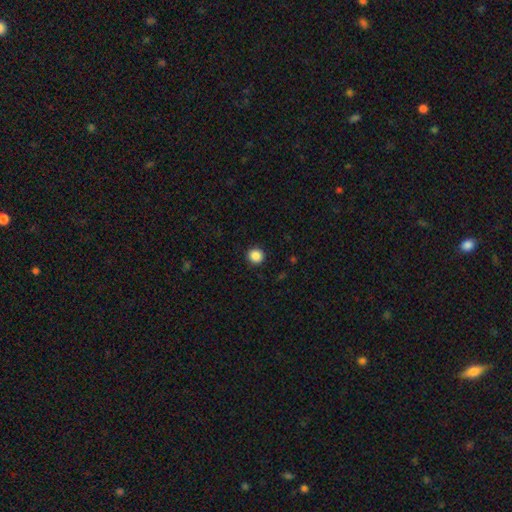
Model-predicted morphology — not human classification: This is clearly a smooth galaxy (87%). How rounded: clearly round (94%). Merging: clearly none (93%).